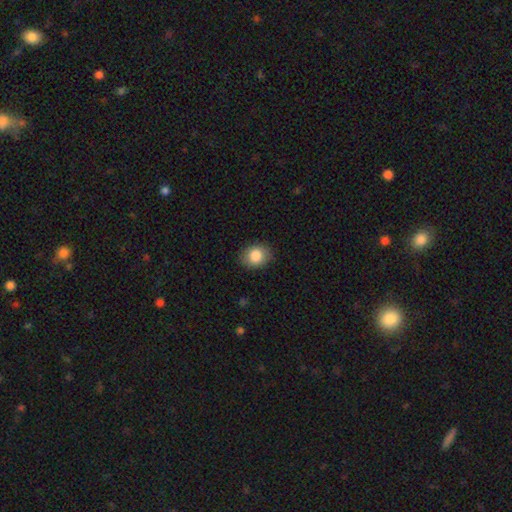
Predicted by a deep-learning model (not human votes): Smooth or featured? Predicted: smooth (p=0.85). How rounded? Predicted: round (p=0.50). Merging? Predicted: none (p=0.86).